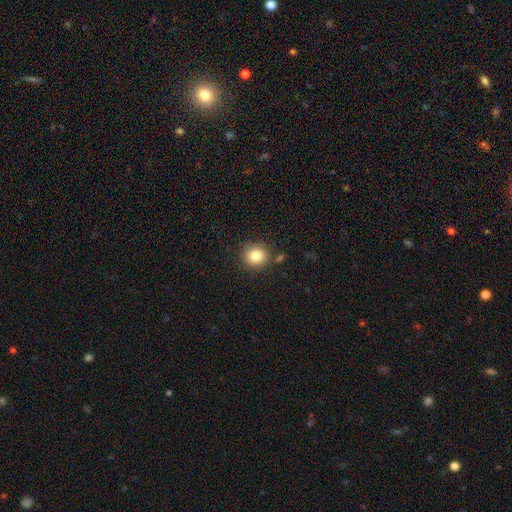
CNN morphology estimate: A smooth galaxy with no disk features (83%) that is round (86%).

Vote fractions:
- Smooth or featured? smooth: 83% / star or artifact: 11% / featured or disk: 6%
- How rounded? round: 86% / in between: 13% / cigar-shaped: 1%
- Merging? none: 84% / minor disturbance: 9% / merger: 5% / major disturbance: 3%